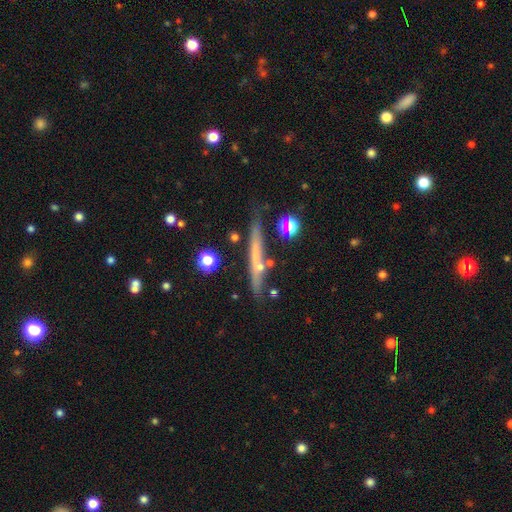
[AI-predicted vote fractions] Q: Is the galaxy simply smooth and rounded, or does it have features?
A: featured or disk — 51%.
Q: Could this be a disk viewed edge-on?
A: yes — 92%.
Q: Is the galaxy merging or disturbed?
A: none — 77%.